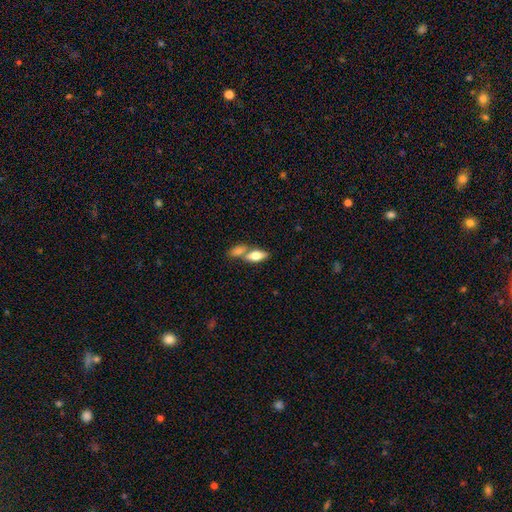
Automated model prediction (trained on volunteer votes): Overall: smooth (69%). How rounded: in between (79%). Merging: merger (47%; none 40%).